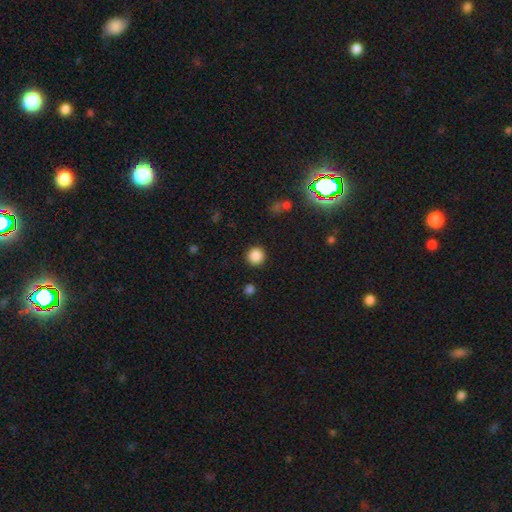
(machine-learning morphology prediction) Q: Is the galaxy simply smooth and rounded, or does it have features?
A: smooth — 86%.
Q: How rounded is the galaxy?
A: round — 95%.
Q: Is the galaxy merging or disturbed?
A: none — 91%.